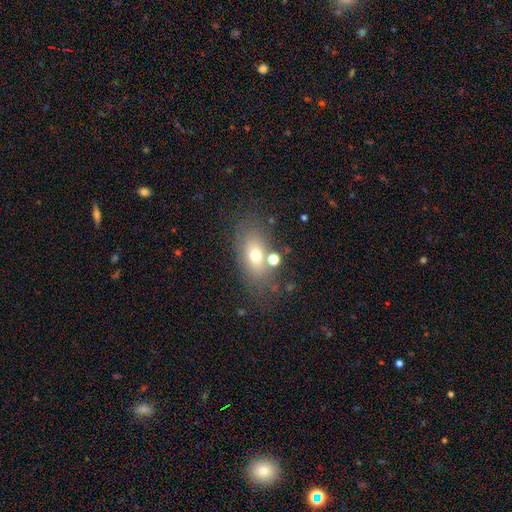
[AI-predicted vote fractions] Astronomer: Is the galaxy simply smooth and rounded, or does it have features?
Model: smooth — 65%.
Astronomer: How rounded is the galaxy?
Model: in between — 79%.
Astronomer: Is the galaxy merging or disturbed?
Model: none — 68%.